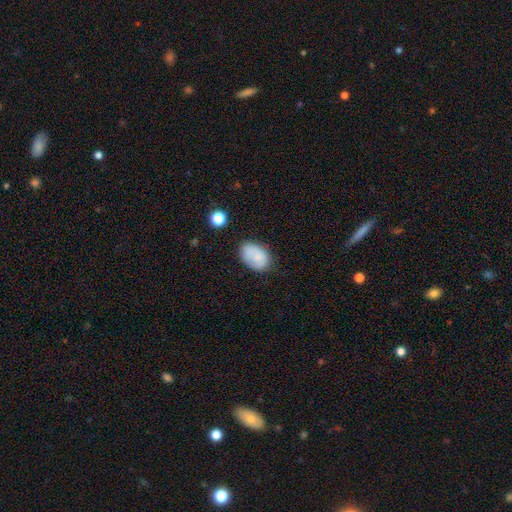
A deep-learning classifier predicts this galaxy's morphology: A smooth galaxy with no disk features (80%) that is in between round and cigar-shaped (85%).

Vote fractions:
- Smooth or featured? smooth: 80% / featured or disk: 12% / star or artifact: 8%
- How rounded? in between: 85% / round: 13% / cigar-shaped: 1%
- Merging? none: 67% / minor disturbance: 24% / major disturbance: 6% / merger: 3%